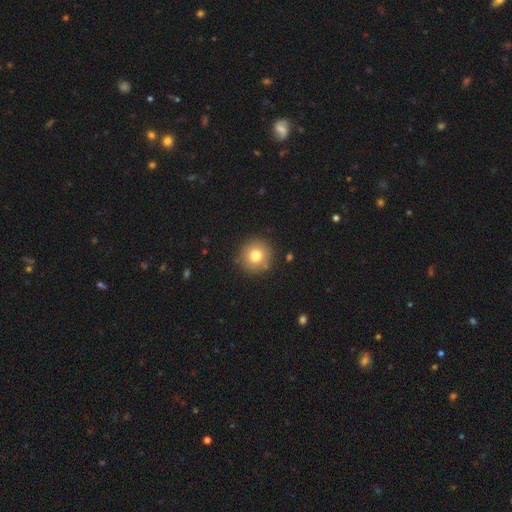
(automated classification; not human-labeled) A smooth galaxy with no disk features (77%) that is round (94%).

Vote fractions:
- Smooth or featured? smooth: 77% / featured or disk: 12% / star or artifact: 11%
- How rounded? round: 94% / in between: 5% / cigar-shaped: 1%
- Merging? none: 89% / minor disturbance: 7% / major disturbance: 2% / merger: 2%